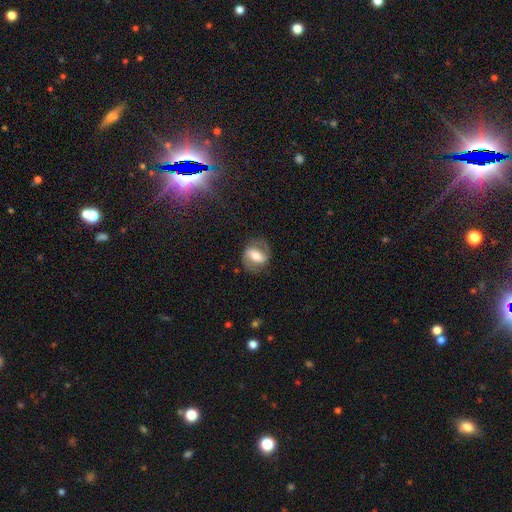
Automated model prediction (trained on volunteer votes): smooth_or_featured: featured or disk (p=0.67) [alt: smooth p=0.26]
disk_edge_on: no (p=0.94) [alt: yes p=0.06]
bar: strong (p=0.50) [alt: weak p=0.32]
has_spiral_arms: yes (p=0.79) [alt: no p=0.21]
bulge_size: moderate (p=0.64) [alt: small p=0.21]
merging: none (p=0.76) [alt: minor disturbance p=0.15]